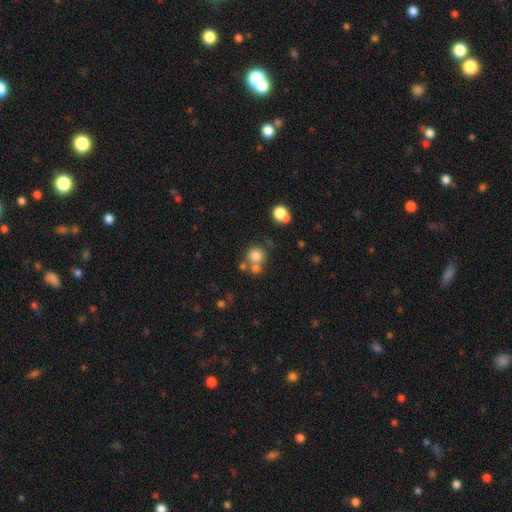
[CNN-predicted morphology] This is likely a smooth galaxy (76%). How rounded: clearly round (89%). Merging: possibly none (58%).